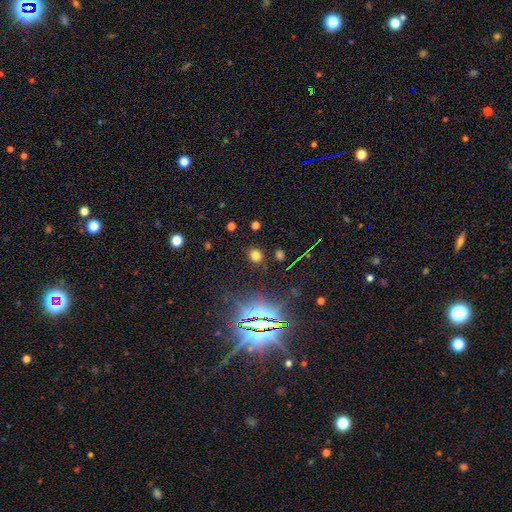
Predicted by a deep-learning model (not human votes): Smooth or featured? Predicted: smooth (p=0.66). How rounded? Predicted: round (p=0.70). Merging? Predicted: none (p=0.85).